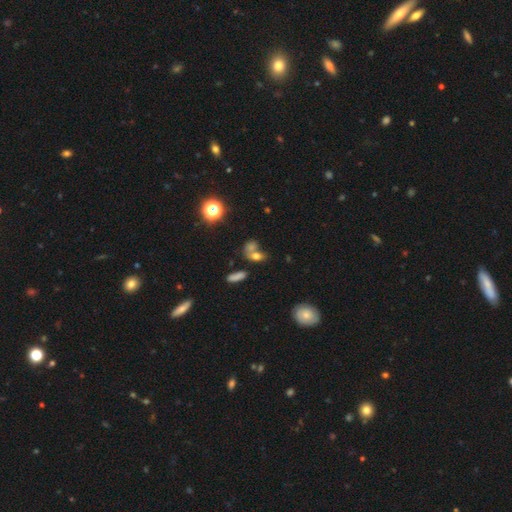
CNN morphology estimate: A smooth galaxy with no disk features (60%) that is in between round and cigar-shaped (55%). Merging: merger (51%).